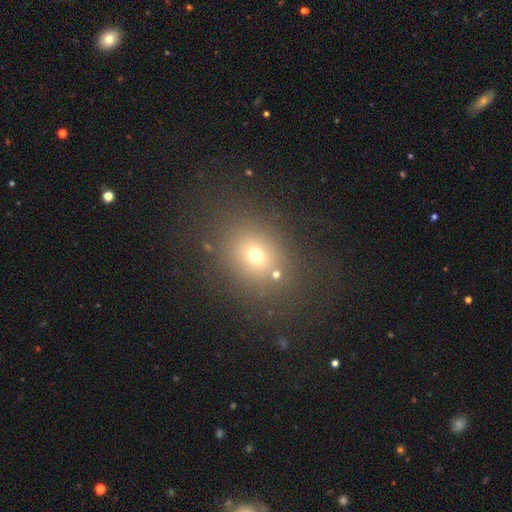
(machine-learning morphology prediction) Overall: smooth (67%). How rounded: round (57%; in between 42%). Merging: none (76%).